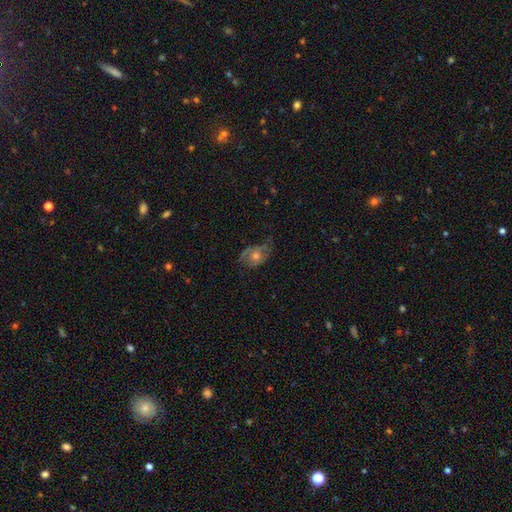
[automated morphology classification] Smooth or featured?
  - featured or disk: 60% *
  - smooth: 28%
  - star or artifact: 12%
Edge-on disk?
  - no: 94% *
  - yes: 6%
Bar?
  - no: 80% *
  - weak: 17%
  - strong: 4%
Spiral arms?
  - yes: 71% *
  - no: 29%
Bulge size?
  - moderate: 64% *
  - small: 26%
  - large: 6%
  - none: 2%
  - dominant: 1%
Merging?
  - none: 50% *
  - minor disturbance: 26%
  - major disturbance: 22%
  - merger: 2%